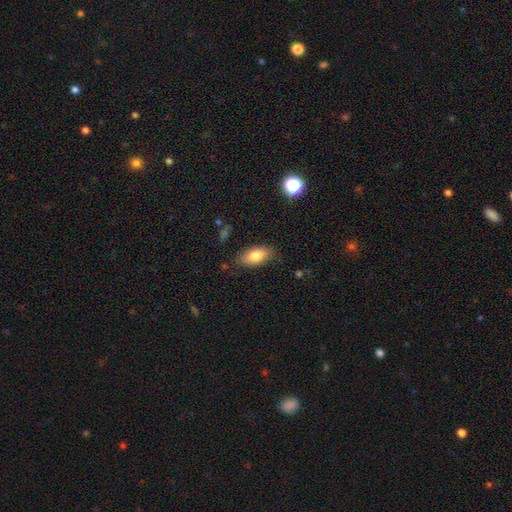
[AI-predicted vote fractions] Morphology: type=smooth (80%); roundness=in between (89%); merging=none (83%).